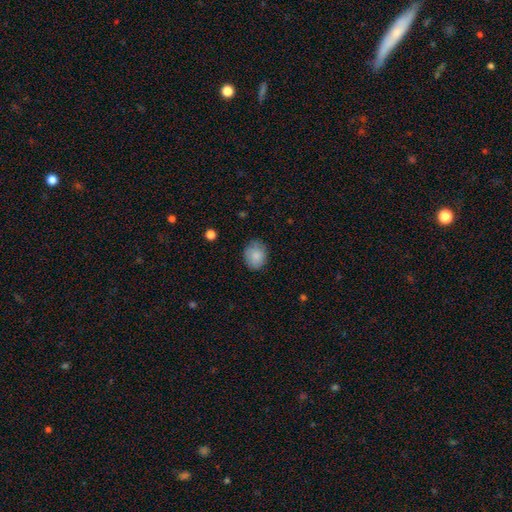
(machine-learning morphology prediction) Smooth or featured? Predicted: smooth (p=0.84). How rounded? Predicted: round (p=0.56). Merging? Predicted: none (p=0.79).